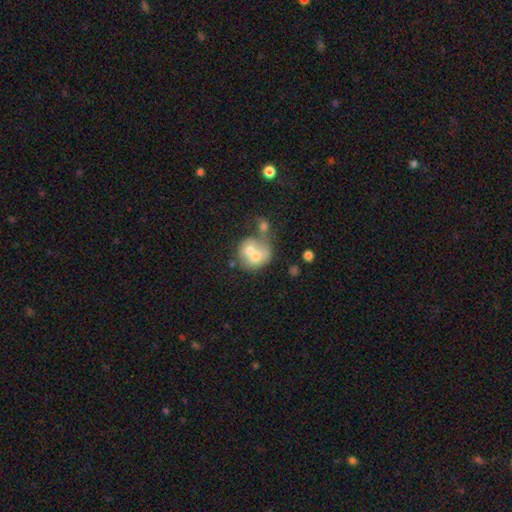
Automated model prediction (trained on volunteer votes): A smooth galaxy with no disk features (60%) that is round (69%).

Vote fractions:
- Smooth or featured? smooth: 60% / featured or disk: 31% / star or artifact: 9%
- How rounded? round: 69% / in between: 30% / cigar-shaped: 1%
- Merging? merger: 65% / none: 21% / minor disturbance: 8% / major disturbance: 5%